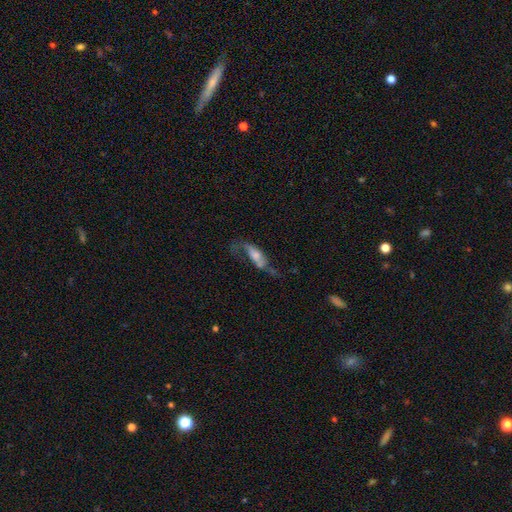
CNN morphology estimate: Smooth or featured?
  - featured or disk: 48% *
  - smooth: 43%
  - star or artifact: 9%
Merging?
  - major disturbance: 40% *
  - none: 28%
  - minor disturbance: 21%
  - merger: 11%